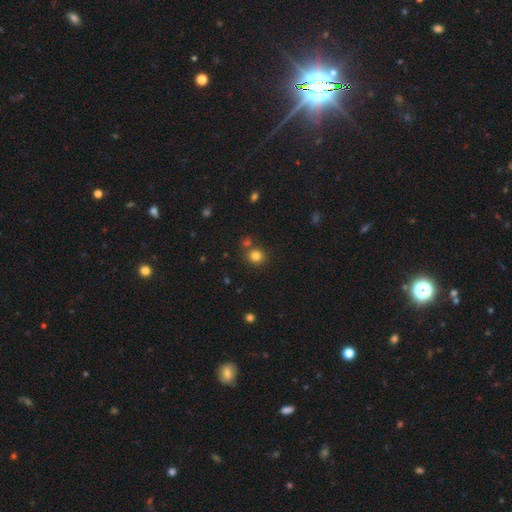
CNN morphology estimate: Smooth or featured? Predicted: smooth (p=0.82). How rounded? Predicted: round (p=0.87). Merging? Predicted: none (p=0.75).